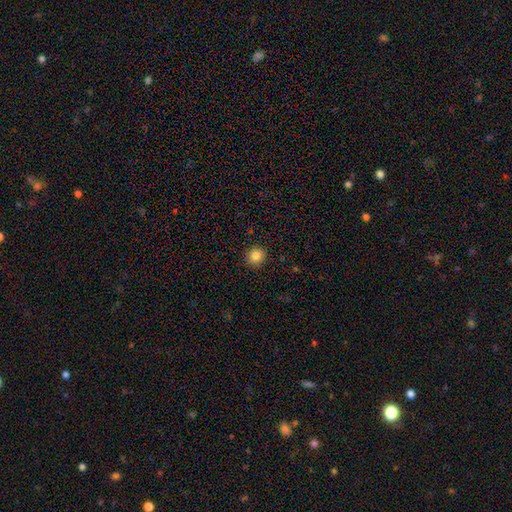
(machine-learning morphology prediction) Q: Smooth or featured?
A: smooth (84%); runner-up: star or artifact (11%)
Q: How rounded?
A: round (89%); runner-up: in between (10%)
Q: Merging?
A: none (91%); runner-up: minor disturbance (6%)